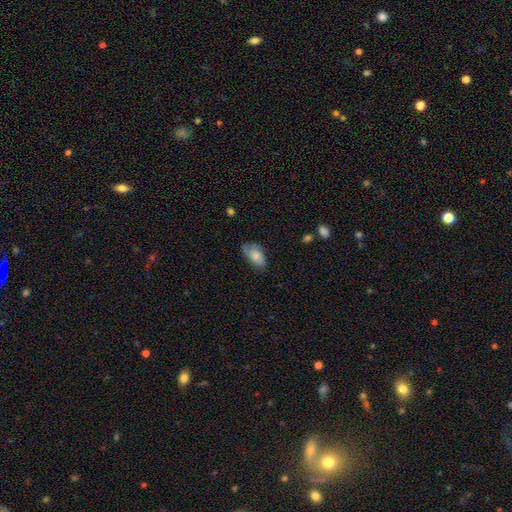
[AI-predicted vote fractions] Q: Smooth or featured?
A: smooth (70%); runner-up: featured or disk (22%)
Q: How rounded?
A: in between (92%); runner-up: round (5%)
Q: Merging?
A: none (62%); runner-up: minor disturbance (28%)